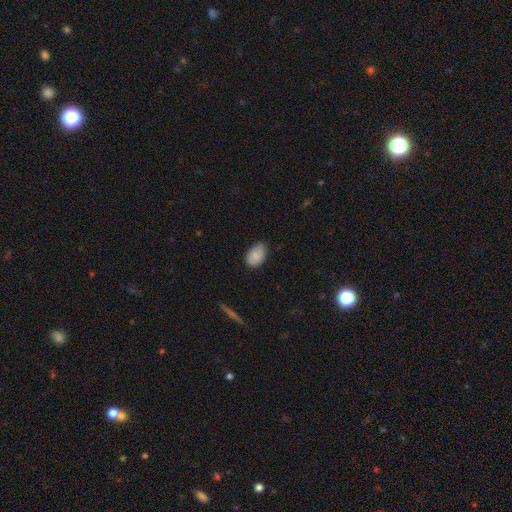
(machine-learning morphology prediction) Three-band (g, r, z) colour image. It shows a smooth galaxy with no disk features (86%) that is in between round and cigar-shaped (88%). Merging: none (66%).